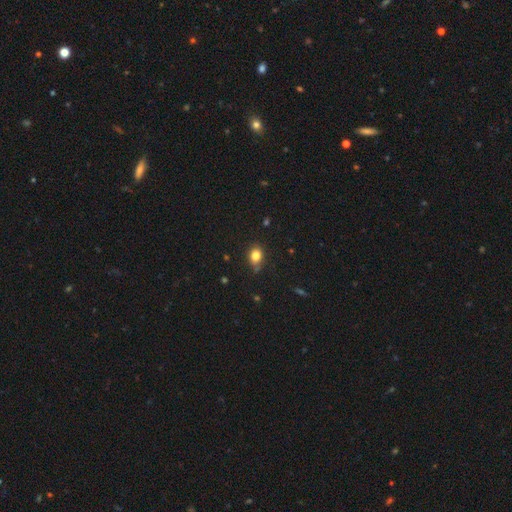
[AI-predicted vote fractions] Morphology: type=smooth (81%); roundness=in between (54%); merging=none (75%).